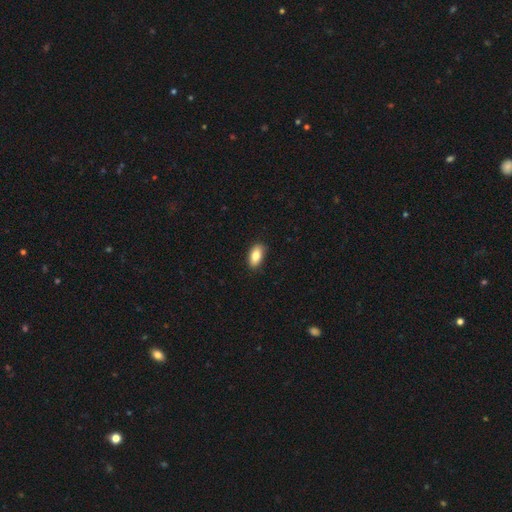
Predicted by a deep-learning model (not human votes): Overall: smooth (84%). How rounded: in between (91%). Merging: none (85%).